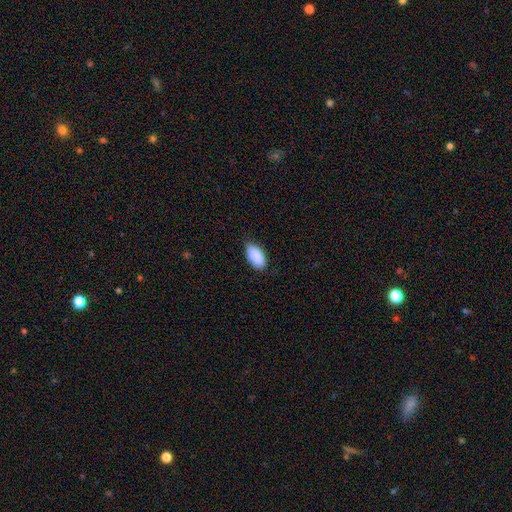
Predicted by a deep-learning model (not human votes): Q: Smooth or featured?
A: smooth (90%); runner-up: star or artifact (6%)
Q: How rounded?
A: in between (95%); runner-up: round (3%)
Q: Merging?
A: none (74%); runner-up: minor disturbance (22%)